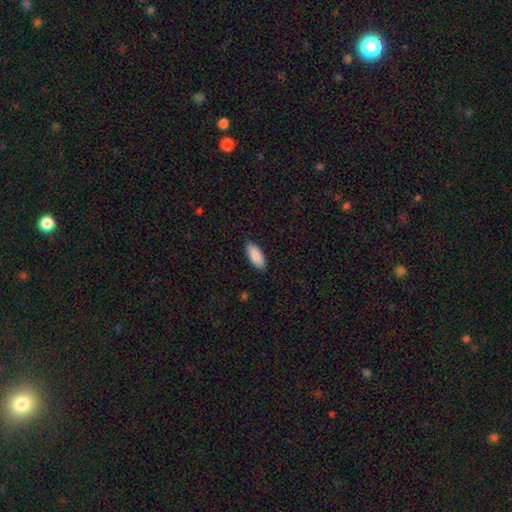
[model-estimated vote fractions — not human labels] smooth-or-featured: smooth: 91% | star or artifact: 6% | featured or disk: 4%
  how-rounded: in between: 87% | cigar-shaped: 11% | round: 2%
  merging: none: 89% | minor disturbance: 8% | major disturbance: 2% | merger: 1%